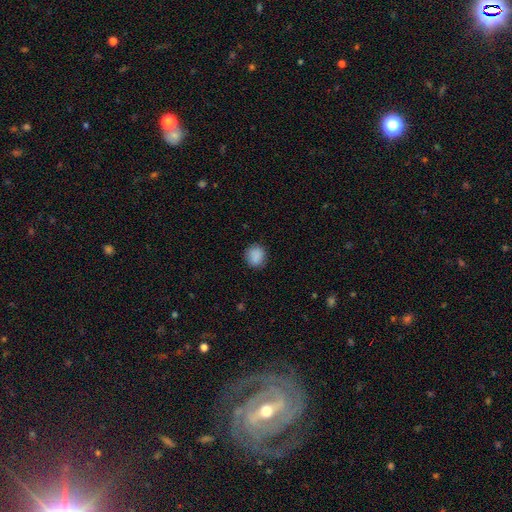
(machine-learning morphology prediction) Smooth or featured? Predicted: smooth (p=0.89). How rounded? Predicted: round (p=0.78). Merging? Predicted: none (p=0.86).